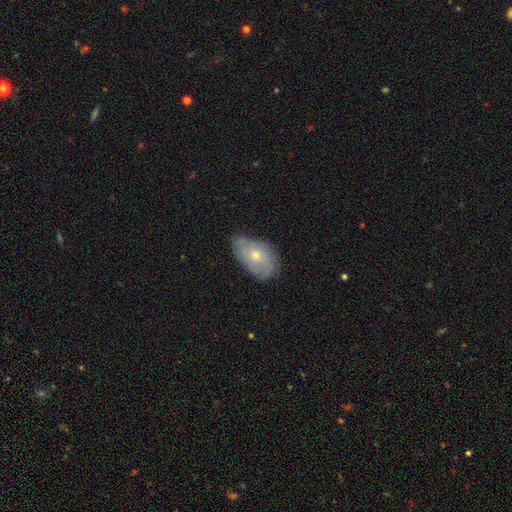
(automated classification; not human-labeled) Smooth or featured? featured or disk (48%)
Merging? none (66%)